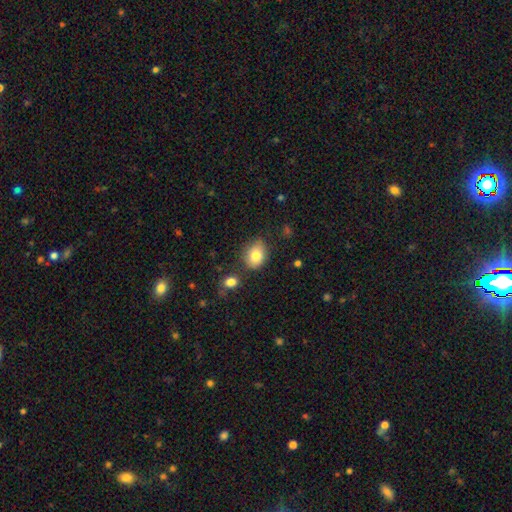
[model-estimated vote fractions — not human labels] smooth_or_featured: smooth (p=0.82) [alt: featured or disk p=0.10]
how_rounded: in between (p=0.65) [alt: round p=0.33]
merging: none (p=0.74) [alt: minor disturbance p=0.17]